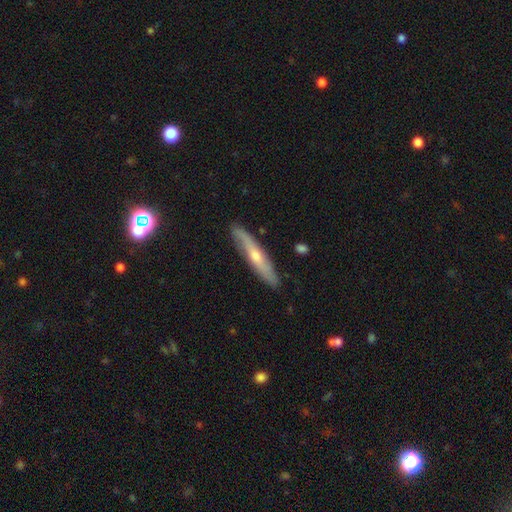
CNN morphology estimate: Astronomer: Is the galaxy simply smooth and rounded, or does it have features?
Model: featured or disk — 54% (runner-up: smooth, 40%).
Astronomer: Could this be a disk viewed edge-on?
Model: yes — 78%.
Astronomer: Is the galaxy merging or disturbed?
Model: none — 85%.